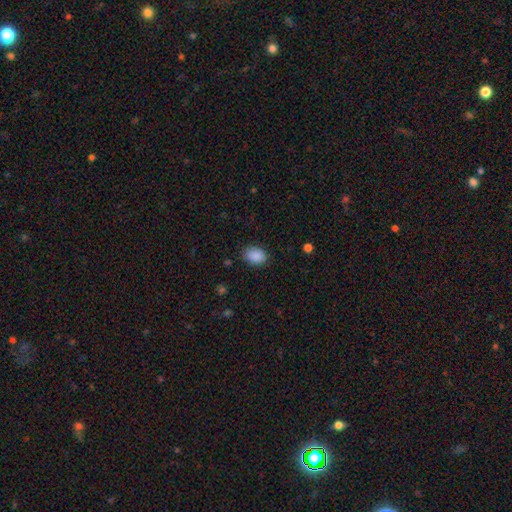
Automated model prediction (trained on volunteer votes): The model was most divided on "how rounded": in between: 75%, round: 24%, cigar-shaped: 1%. More confident: smooth or featured — smooth (89%); merging — none (84%).